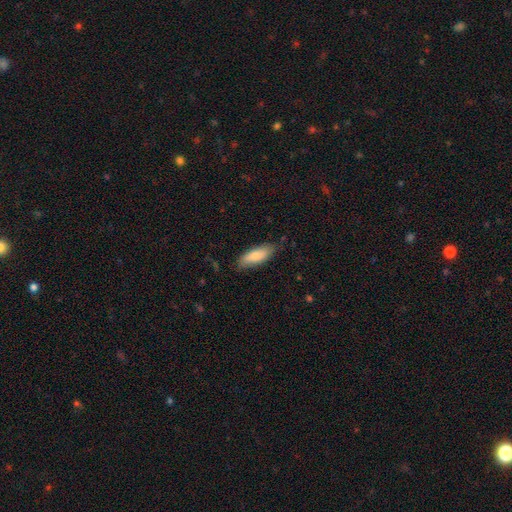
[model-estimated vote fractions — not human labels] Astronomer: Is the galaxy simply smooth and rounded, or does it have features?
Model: smooth — 81%.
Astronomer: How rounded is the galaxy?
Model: in between — 67%.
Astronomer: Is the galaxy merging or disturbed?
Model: none — 77%.